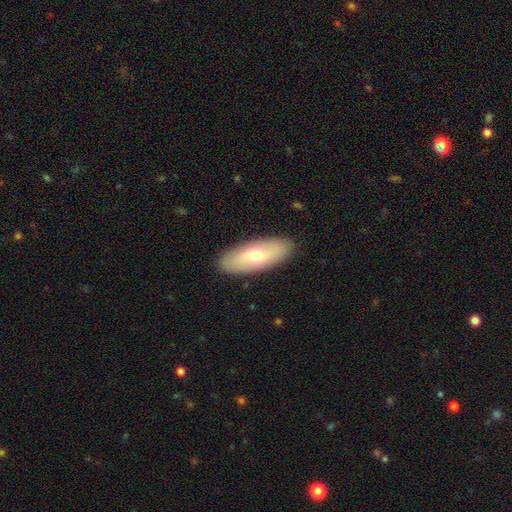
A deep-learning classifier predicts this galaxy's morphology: smooth_or_featured: smooth (p=0.61) [alt: featured or disk p=0.34]
how_rounded: in between (p=0.75) [alt: cigar-shaped p=0.23]
merging: none (p=0.90) [alt: minor disturbance p=0.07]